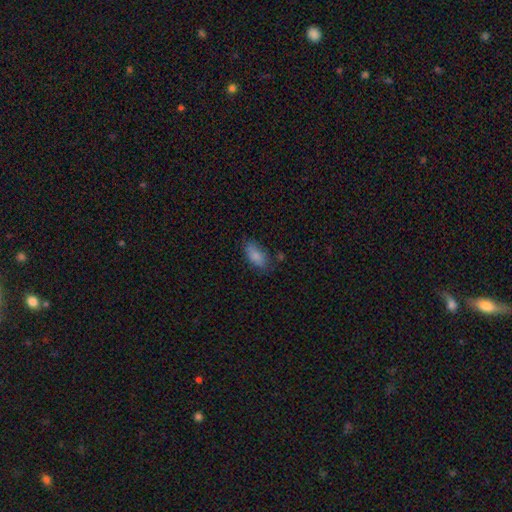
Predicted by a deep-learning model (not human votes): Smooth or featured? smooth (85%)
How rounded? in between (89%)
Merging? none (72%)